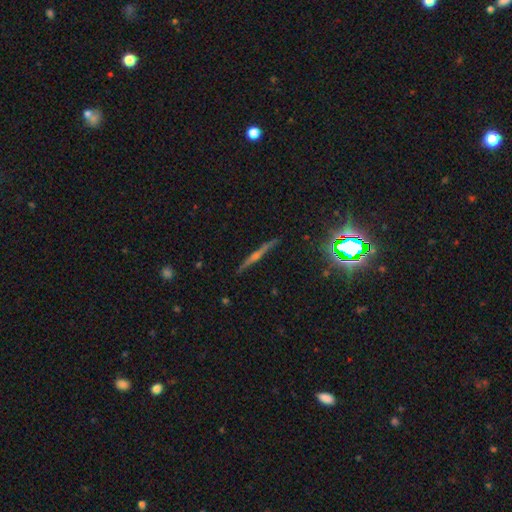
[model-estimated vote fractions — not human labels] Smooth or featured? Predicted: featured or disk (p=0.66). Edge-on disk? Predicted: yes (p=0.97). Edge-on bulge? Predicted: rounded (p=0.72). Merging? Predicted: none (p=0.89).